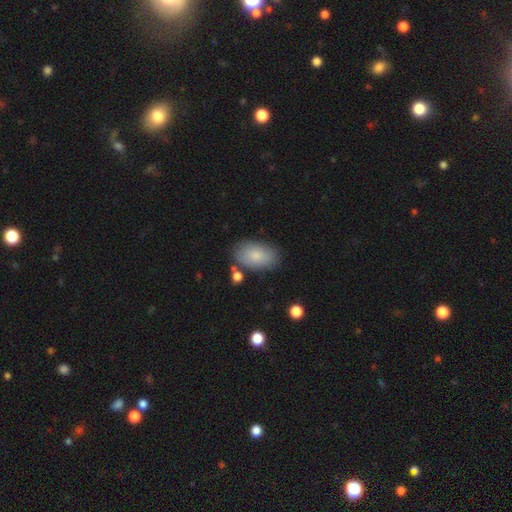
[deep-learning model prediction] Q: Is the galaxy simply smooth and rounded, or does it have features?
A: smooth — 82%.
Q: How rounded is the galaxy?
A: in between — 93%.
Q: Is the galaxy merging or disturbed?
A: none — 79%.